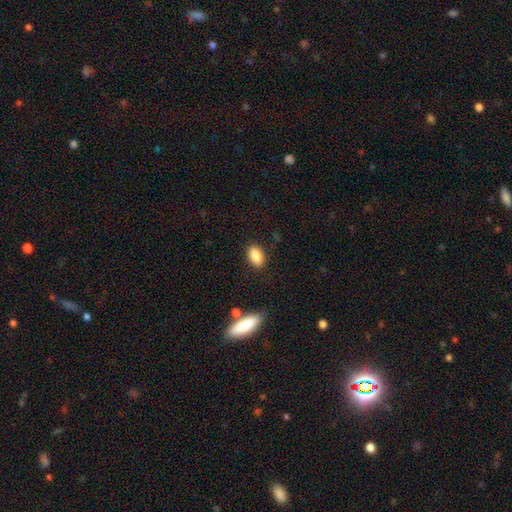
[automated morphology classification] type=smooth (87%); roundness=in between (90%); merging=none (86%).